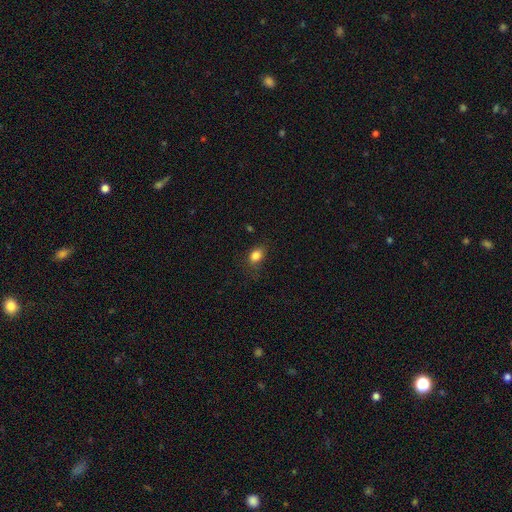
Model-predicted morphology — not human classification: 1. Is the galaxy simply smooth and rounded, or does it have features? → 84% smooth, 11% star or artifact, 6% featured or disk.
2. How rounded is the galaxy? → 71% in between, 28% round, 2% cigar-shaped.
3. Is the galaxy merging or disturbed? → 72% none, 20% minor disturbance, 7% major disturbance, 1% merger.